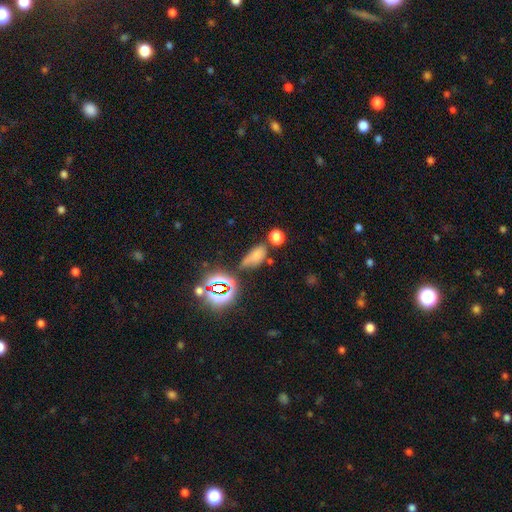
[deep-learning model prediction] Smooth or featured?
  - smooth: 62% *
  - star or artifact: 26%
  - featured or disk: 12%
How rounded?
  - in between: 77% *
  - cigar-shaped: 13%
  - round: 10%
Merging?
  - none: 43% *
  - minor disturbance: 24%
  - merger: 18%
  - major disturbance: 14%